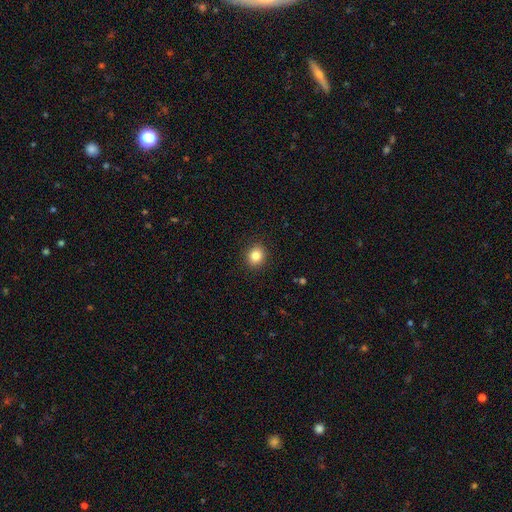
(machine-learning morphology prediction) Smooth or featured: smooth — 85% (star or artifact — 10%)
How rounded: round — 80% (in between — 19%)
Merging: none — 91% (minor disturbance — 6%)